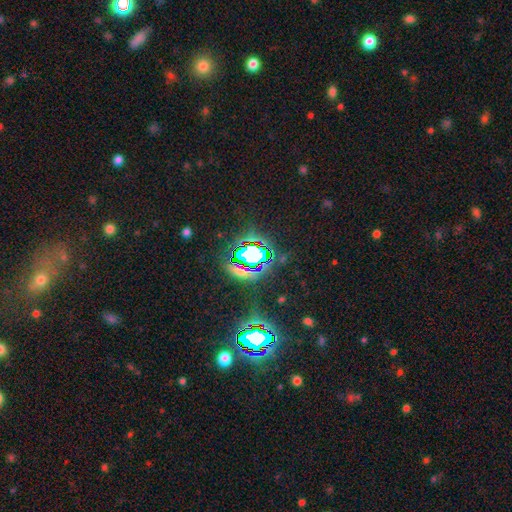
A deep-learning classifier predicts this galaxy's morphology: Smooth or featured: star or artifact — 71% (smooth — 20%)